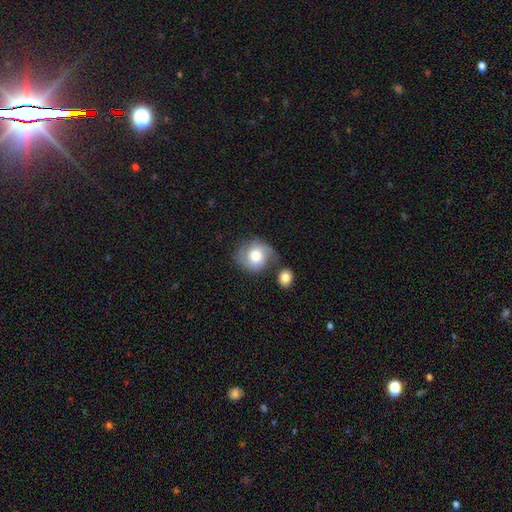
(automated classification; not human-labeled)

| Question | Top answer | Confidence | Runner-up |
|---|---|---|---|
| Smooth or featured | smooth | 50% | featured or disk (43%) |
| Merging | none | 55% | minor disturbance (21%) |